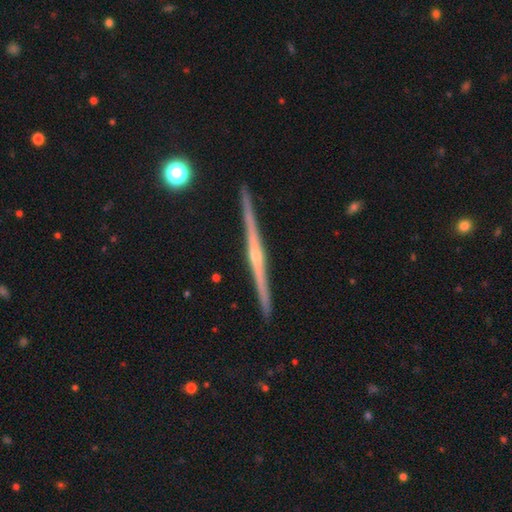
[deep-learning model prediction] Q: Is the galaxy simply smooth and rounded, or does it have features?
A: featured or disk — 86%.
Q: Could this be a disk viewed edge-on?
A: yes — 99%.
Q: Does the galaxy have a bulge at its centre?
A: rounded — 76%.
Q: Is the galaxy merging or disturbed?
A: none — 92%.